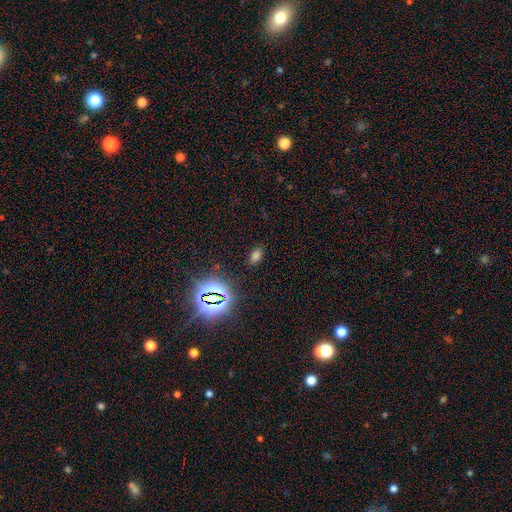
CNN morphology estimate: smooth_or_featured: smooth (p=0.67) [alt: star or artifact p=0.27]
how_rounded: in between (p=0.89) [alt: round p=0.09]
merging: none (p=0.85) [alt: minor disturbance p=0.09]